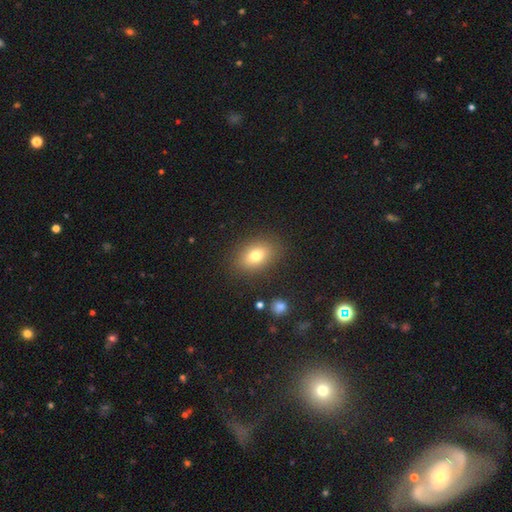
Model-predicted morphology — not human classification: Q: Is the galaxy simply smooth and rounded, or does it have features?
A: smooth — 76%.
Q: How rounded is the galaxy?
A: in between — 78%.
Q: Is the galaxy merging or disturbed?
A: none — 86%.